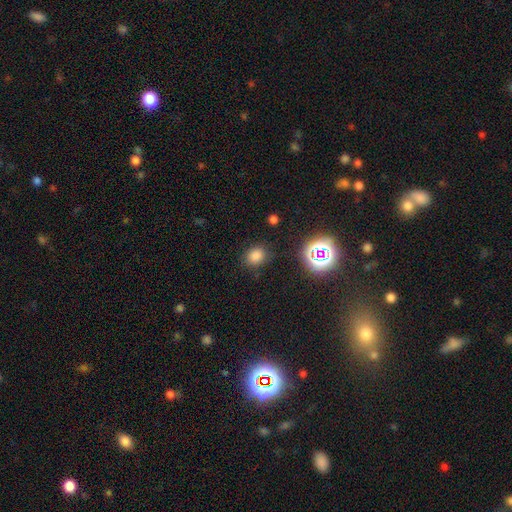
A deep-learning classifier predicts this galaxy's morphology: The model was most divided on "how rounded": round: 56%, in between: 43%, cigar-shaped: 1%. More confident: merging — none (82%); smooth or featured — smooth (76%).